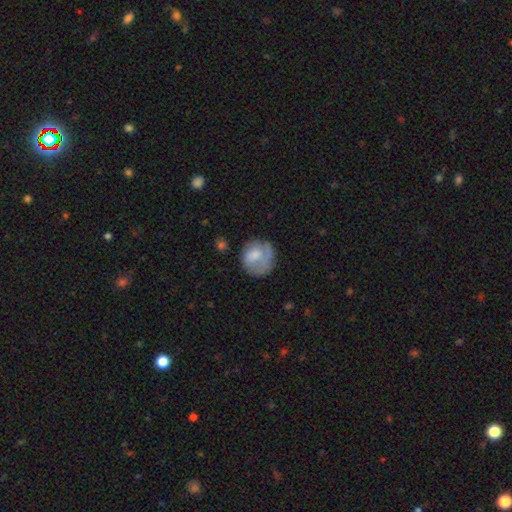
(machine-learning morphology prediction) smooth-or-featured: smooth: 64% | featured or disk: 28% | star or artifact: 7%
  how-rounded: round: 78% | in between: 21% | cigar-shaped: 1%
  merging: none: 51% | minor disturbance: 26% | major disturbance: 20% | merger: 3%